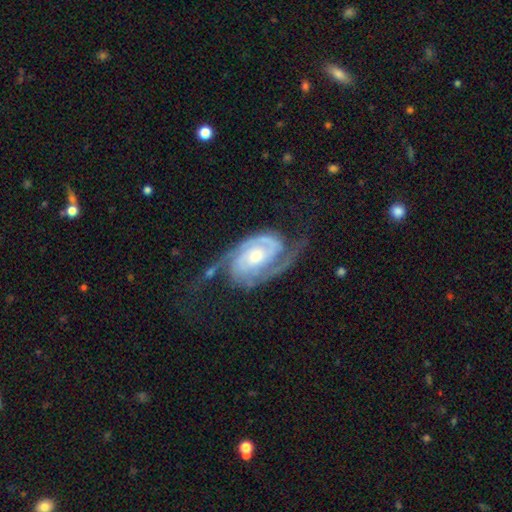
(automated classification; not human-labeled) featured or disk 91%, smooth 4%, star or artifact 4%. Down the decision tree: edge-on disk — no (97%); bar — no (60%); spiral arms — yes (98%); spiral arm count — 2 (85%); spiral winding — tight (50%); bulge size — moderate (60%); merging — none (62%).